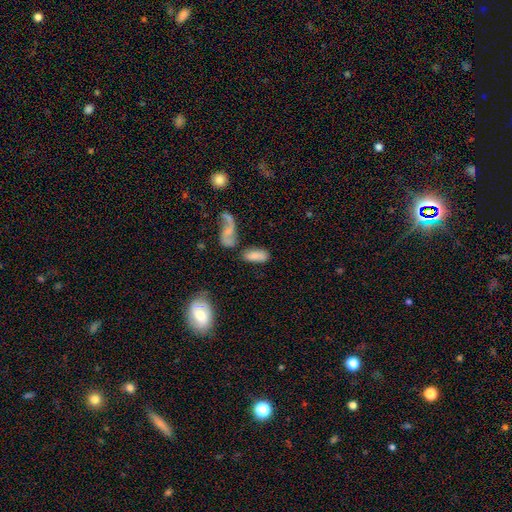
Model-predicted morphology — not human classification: Smooth or featured? smooth (73%)
How rounded? in between (85%)
Merging? none (45%)